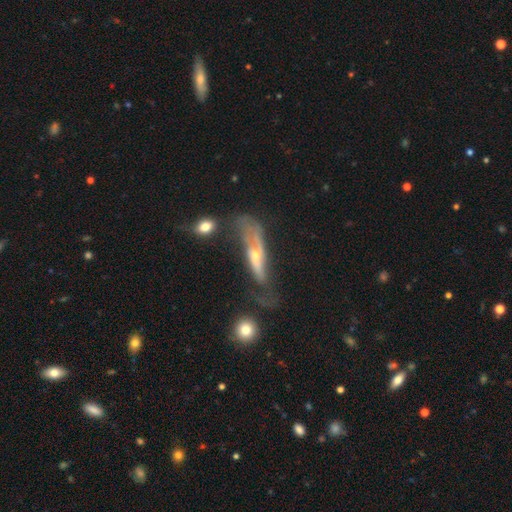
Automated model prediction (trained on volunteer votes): The model was most divided on "edge-on disk": no: 53%, yes: 47%. Remaining: smooth or featured — featured or disk (67%); merging — major disturbance (35%).